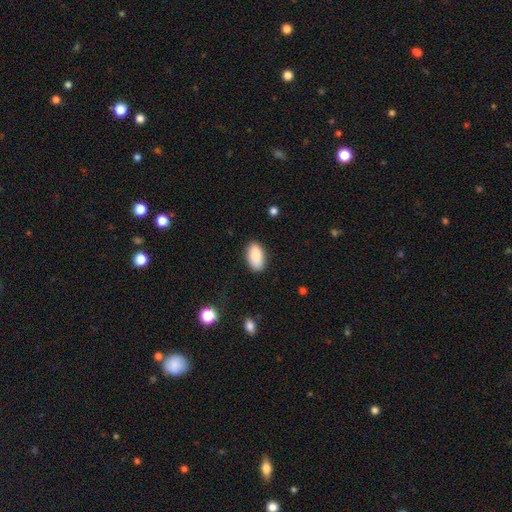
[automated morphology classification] Overall: smooth (89%). How rounded: in between (94%). Merging: none (86%).